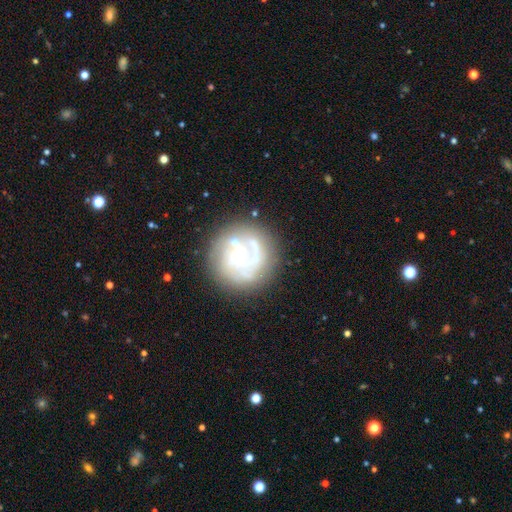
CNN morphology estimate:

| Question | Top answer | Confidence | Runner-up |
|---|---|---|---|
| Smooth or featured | featured or disk | 66% | smooth (24%) |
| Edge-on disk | no | 97% | yes (3%) |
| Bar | no | 84% | weak (13%) |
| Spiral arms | yes | 55% | no (45%) |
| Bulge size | small | 56% | moderate (35%) |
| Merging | none | 67% | minor disturbance (15%) |